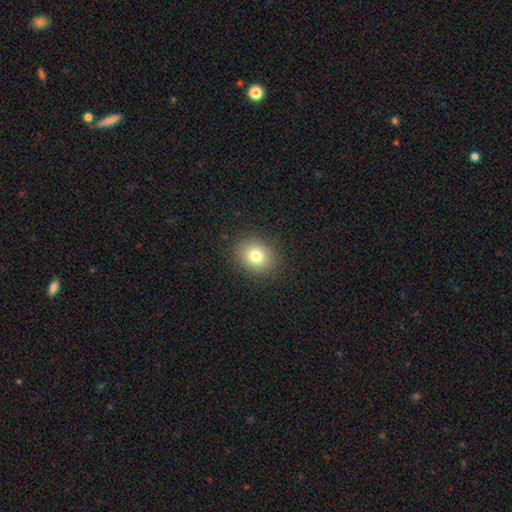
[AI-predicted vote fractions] Smooth or featured: smooth — 79% (star or artifact — 12%)
How rounded: round — 68% (in between — 31%)
Merging: none — 89% (minor disturbance — 7%)